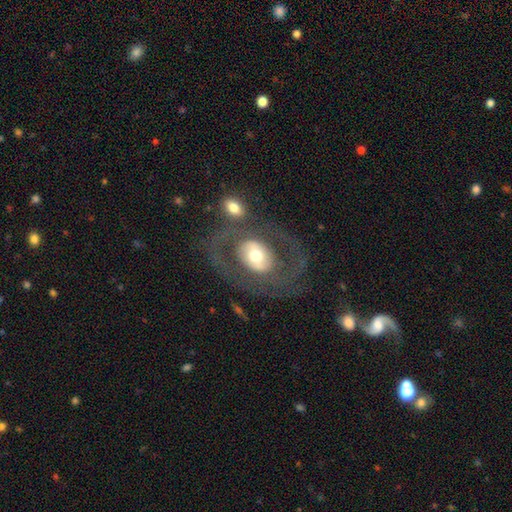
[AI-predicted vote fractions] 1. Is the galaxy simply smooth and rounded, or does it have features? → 64% featured or disk, 30% smooth, 6% star or artifact.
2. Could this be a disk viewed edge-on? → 94% no, 6% yes.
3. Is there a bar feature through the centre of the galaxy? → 61% no, 23% weak, 16% strong.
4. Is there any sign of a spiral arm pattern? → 54% no, 46% yes.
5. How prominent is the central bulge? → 61% moderate, 19% large, 15% small, 3% dominant, 1% none.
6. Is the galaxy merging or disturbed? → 66% none, 15% major disturbance, 13% minor disturbance, 7% merger.